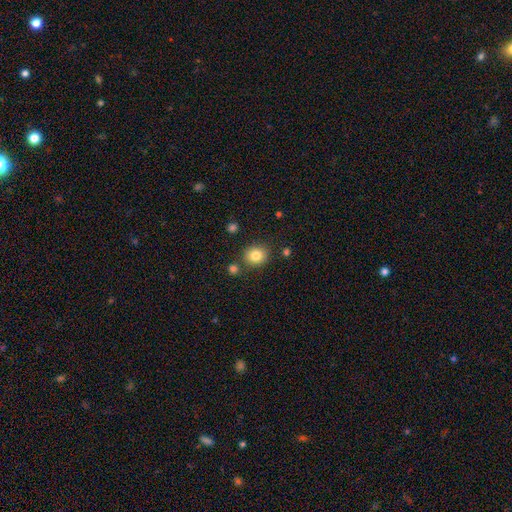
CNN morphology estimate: type=smooth (83%); roundness=round (78%); merging=none (81%).